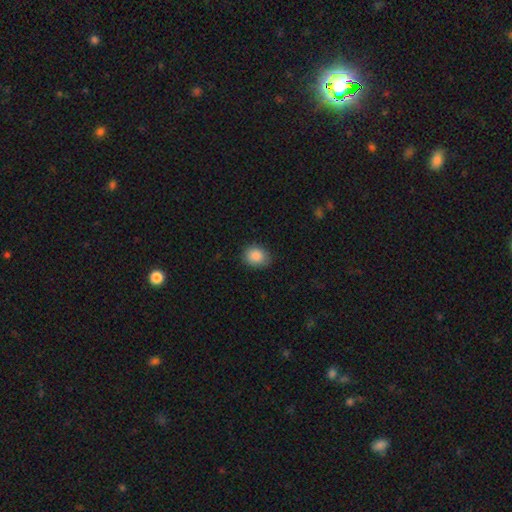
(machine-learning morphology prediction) Q: Smooth or featured?
A: smooth (87%); runner-up: star or artifact (9%)
Q: How rounded?
A: round (56%); runner-up: in between (43%)
Q: Merging?
A: none (85%); runner-up: minor disturbance (12%)